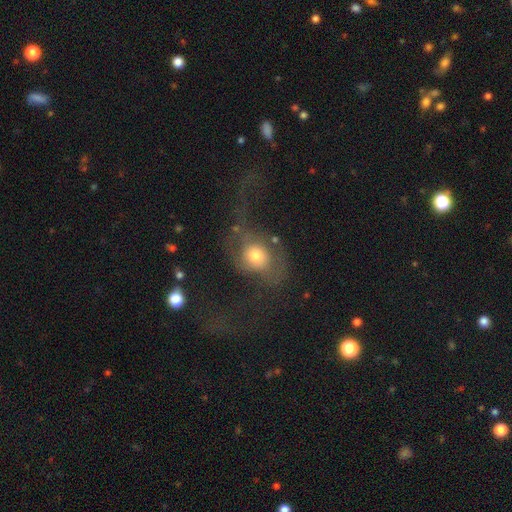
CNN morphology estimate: This is possibly a smooth galaxy (48%). Merging: possibly major disturbance (59%).